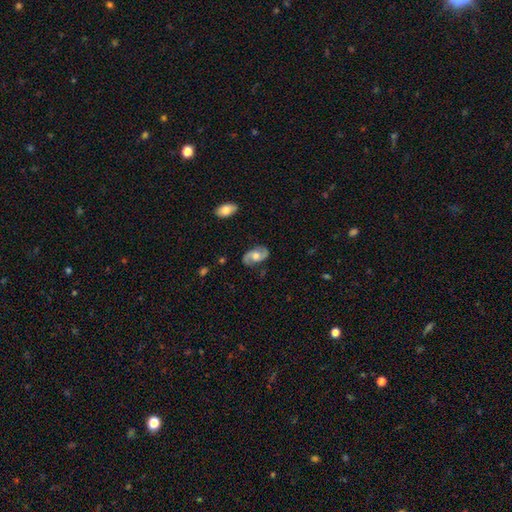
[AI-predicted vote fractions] A featured or disk galaxy (75%) with no bar (61%), 2 (92%) medium (48%) spiral arms (91%) and a moderate central bulge (66%). Merging: none (82%).